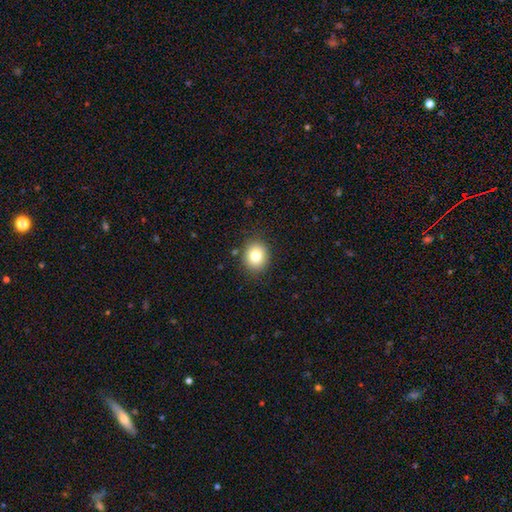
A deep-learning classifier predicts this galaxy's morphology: The model was most divided on "how rounded": round: 73%, in between: 26%, cigar-shaped: 1%. More confident: merging — none (87%); smooth or featured — smooth (80%).